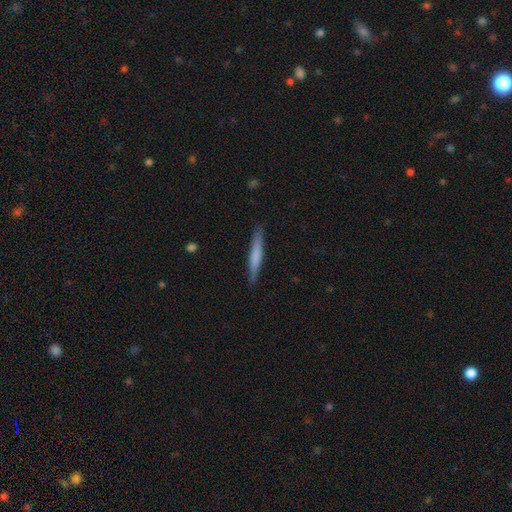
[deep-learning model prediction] smooth 62%, featured or disk 33%, star or artifact 6%. Down the decision tree: how rounded — cigar-shaped (95%); merging — none (85%).